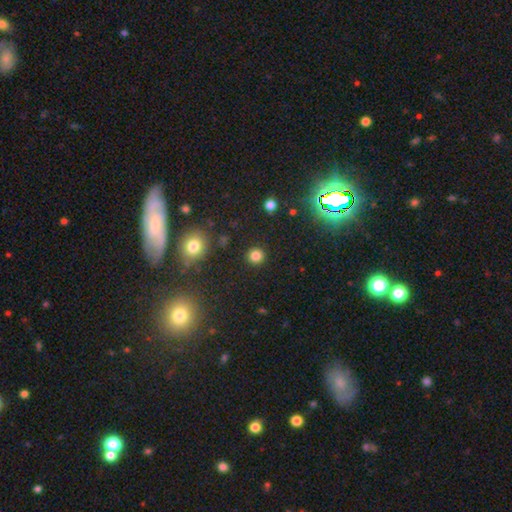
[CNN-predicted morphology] A smooth galaxy with no disk features (80%) that is round (93%).

Vote fractions:
- Smooth or featured? smooth: 80% / star or artifact: 15% / featured or disk: 5%
- How rounded? round: 93% / in between: 6% / cigar-shaped: 1%
- Merging? none: 91% / minor disturbance: 5% / major disturbance: 2% / merger: 2%